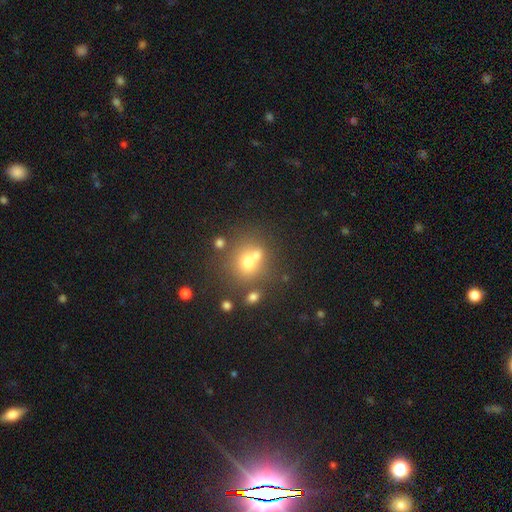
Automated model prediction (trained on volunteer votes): This is likely a smooth galaxy (67%). How rounded: likely round (79%). Merging: possibly none (47%).